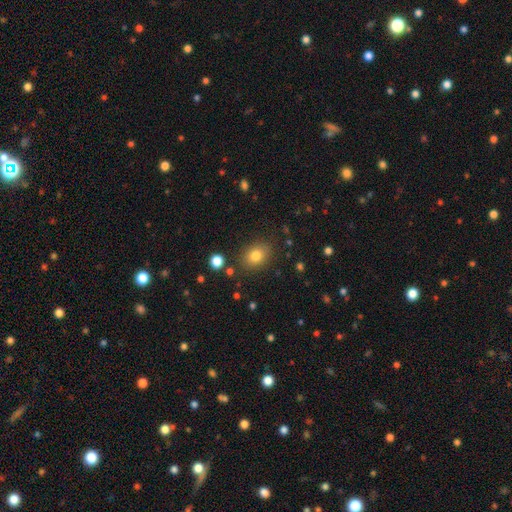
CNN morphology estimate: This is likely a smooth galaxy (80%). How rounded: likely in between (60%). Merging: clearly none (84%).